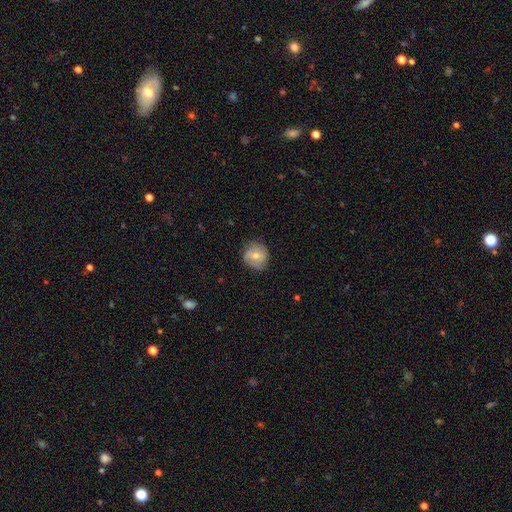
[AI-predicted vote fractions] Smooth or featured? smooth (65%)
How rounded? round (86%)
Merging? none (79%)